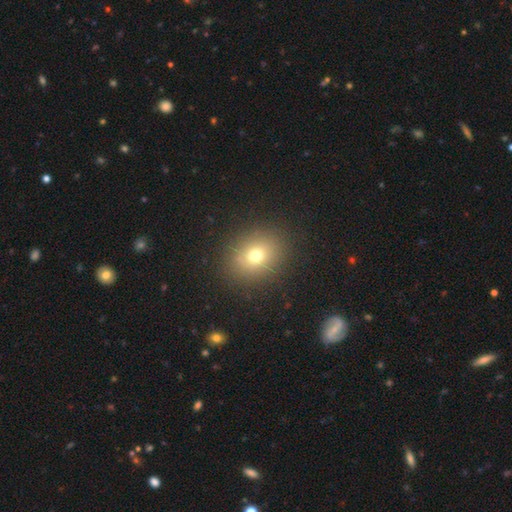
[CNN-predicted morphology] smooth-or-featured: smooth: 72% | star or artifact: 15% | featured or disk: 12%
  how-rounded: round: 58% | in between: 41% | cigar-shaped: 1%
  merging: none: 87% | minor disturbance: 8% | major disturbance: 4% | merger: 1%